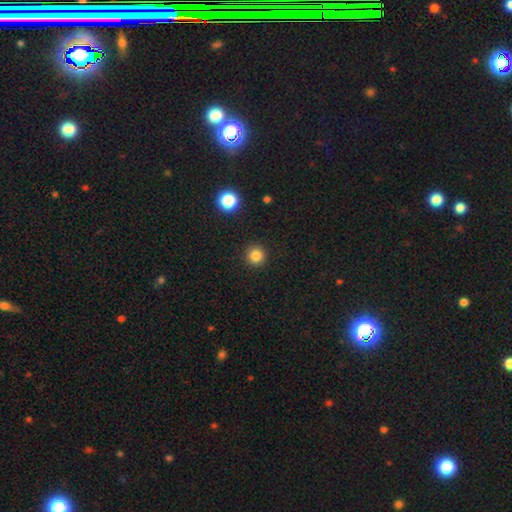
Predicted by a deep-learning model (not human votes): smooth-or-featured: smooth: 82% | star or artifact: 13% | featured or disk: 5%
  how-rounded: round: 95% | in between: 4% | cigar-shaped: 1%
  merging: none: 93% | minor disturbance: 4% | major disturbance: 2% | merger: 1%